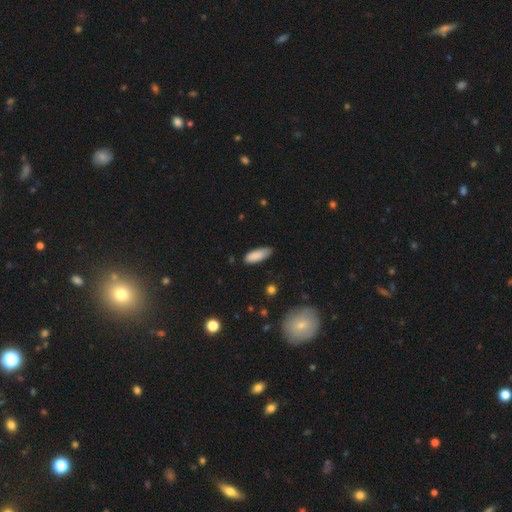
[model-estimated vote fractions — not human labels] This is clearly a smooth galaxy (88%). How rounded: likely in between (71%). Merging: likely none (77%).